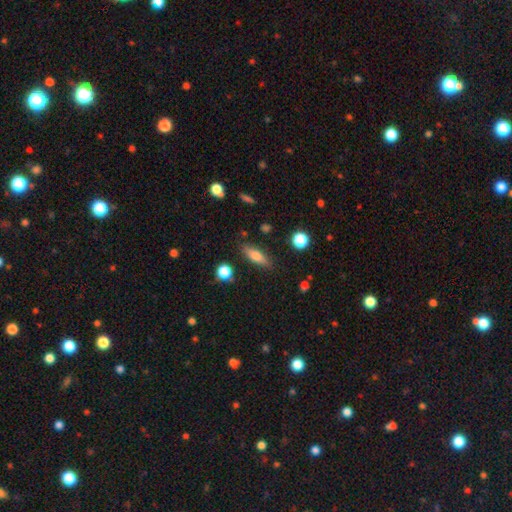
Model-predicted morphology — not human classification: smooth-or-featured: smooth: 72% | featured or disk: 20% | star or artifact: 8%
  how-rounded: in between: 51% | cigar-shaped: 46% | round: 4%
  merging: none: 83% | minor disturbance: 11% | major disturbance: 3% | merger: 3%